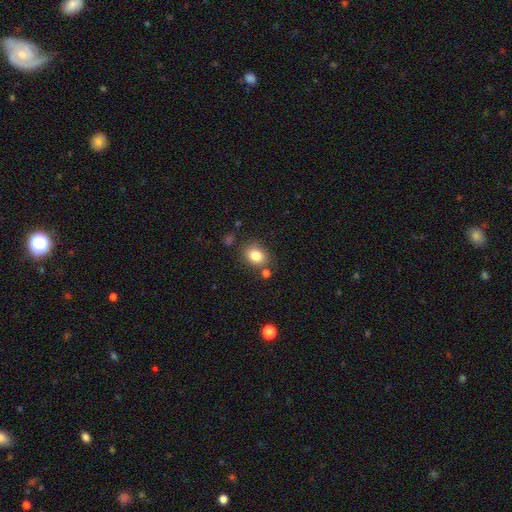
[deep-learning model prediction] This is clearly a smooth galaxy (83%). How rounded: possibly round (53%). Merging: likely none (74%).